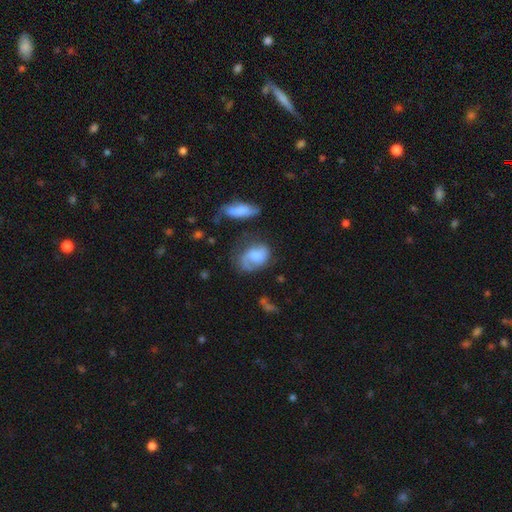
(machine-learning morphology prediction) Smooth or featured? Predicted: featured or disk (p=0.47). Merging? Predicted: none (p=0.46).